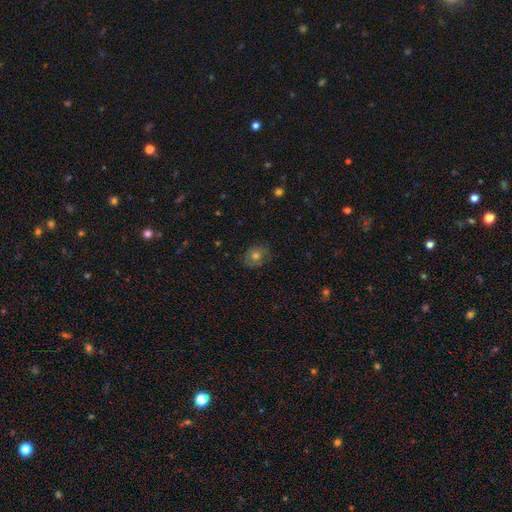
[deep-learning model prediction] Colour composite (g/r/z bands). It shows a smooth galaxy with no disk features (66%) that is round (63%). Merging: none (75%).